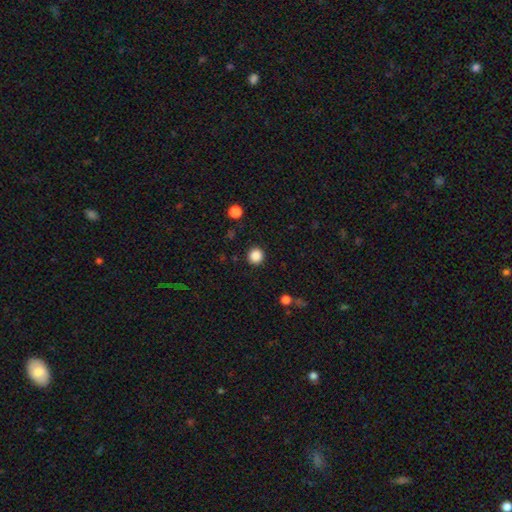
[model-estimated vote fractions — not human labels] Smooth or featured? smooth (87%)
How rounded? round (94%)
Merging? none (92%)